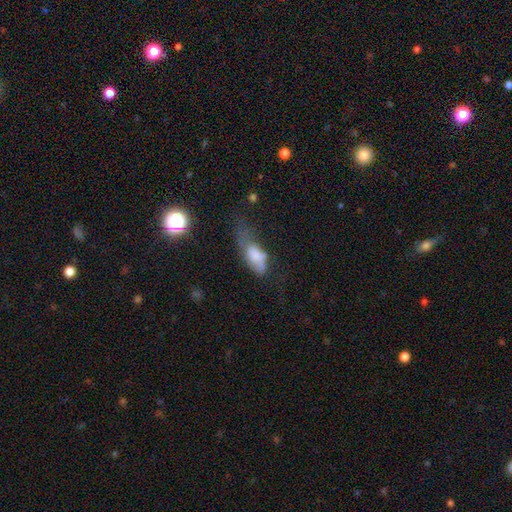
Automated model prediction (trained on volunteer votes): A smooth galaxy with no disk features (70%) that is in between round and cigar-shaped (83%).

Vote fractions:
- Smooth or featured? smooth: 70% / featured or disk: 21% / star or artifact: 9%
- How rounded? in between: 83% / cigar-shaped: 13% / round: 4%
- Merging? major disturbance: 46% / minor disturbance: 27% / none: 18% / merger: 8%